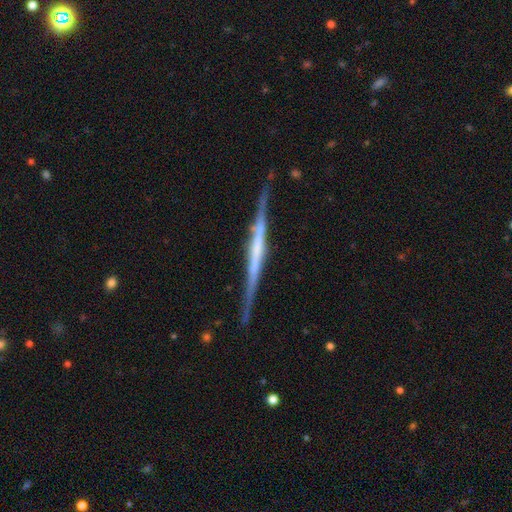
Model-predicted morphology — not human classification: Smooth or featured: featured or disk — 78% (smooth — 16%)
Edge-on disk: yes — 98% (no — 2%)
Edge-on bulge: none — 47% (boxy — 32%)
Merging: none — 83% (minor disturbance — 12%)